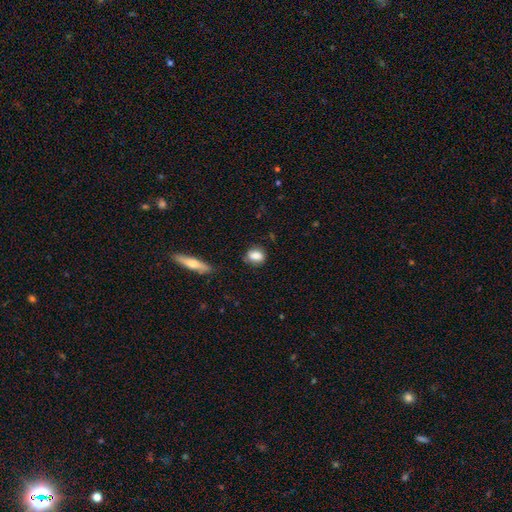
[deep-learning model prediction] The model was most divided on "how rounded": in between: 65%, round: 32%, cigar-shaped: 3%. More confident: smooth or featured — smooth (84%); merging — none (73%).